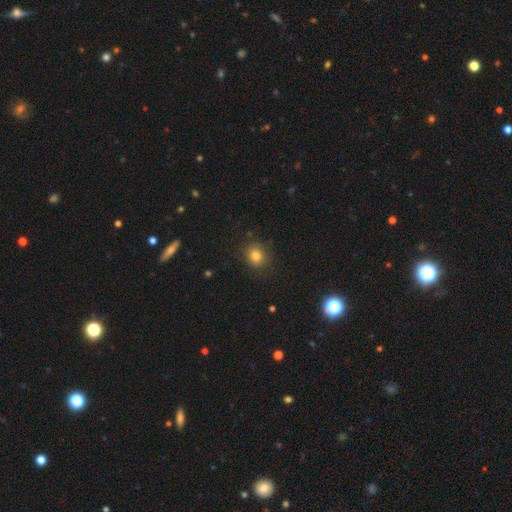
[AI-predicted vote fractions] Overall: smooth (82%). How rounded: round (79%). Merging: none (85%).